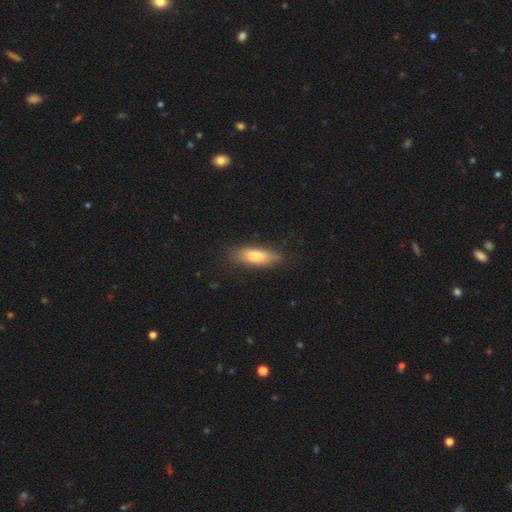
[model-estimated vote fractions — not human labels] smooth 73%, featured or disk 19%, star or artifact 8%. Down the decision tree: how rounded — in between (49%, tied with cigar-shaped); merging — none (81%).